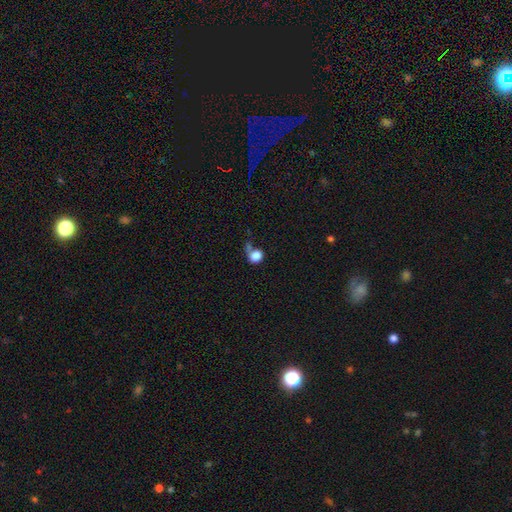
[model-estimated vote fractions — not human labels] smooth_or_featured: smooth (p=0.84) [alt: star or artifact p=0.10]
how_rounded: round (p=0.68) [alt: in between p=0.31]
merging: none (p=0.40) [alt: merger p=0.21]